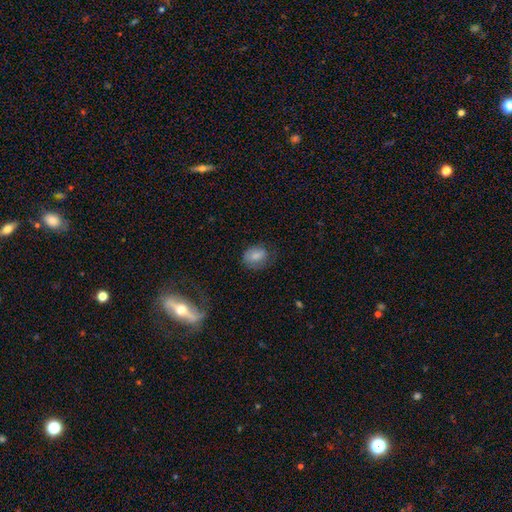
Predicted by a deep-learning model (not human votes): smooth_or_featured: smooth (p=0.77) [alt: featured or disk p=0.15]
how_rounded: in between (p=0.67) [alt: round p=0.32]
merging: none (p=0.58) [alt: minor disturbance p=0.26]